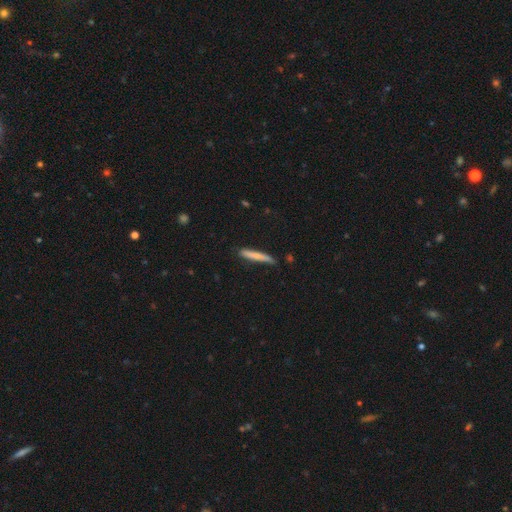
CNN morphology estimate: A smooth galaxy with no disk features (71%) that is cigar-shaped (94%). Merging: none (77%).